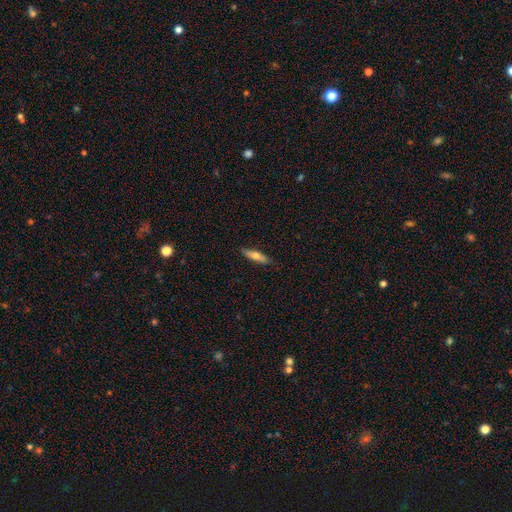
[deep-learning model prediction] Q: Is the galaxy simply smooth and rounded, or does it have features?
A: smooth — 60%.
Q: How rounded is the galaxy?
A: cigar-shaped — 74%.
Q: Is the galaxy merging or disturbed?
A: none — 87%.